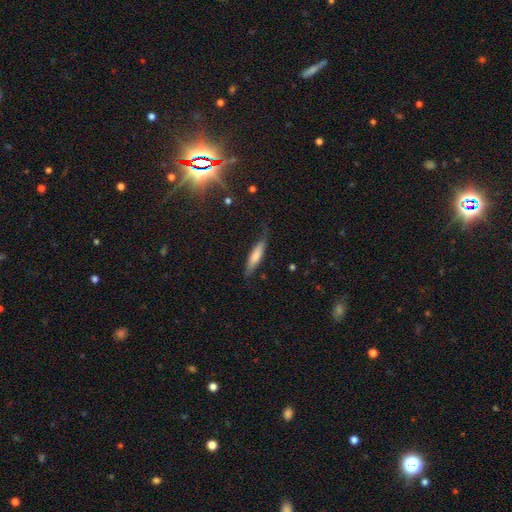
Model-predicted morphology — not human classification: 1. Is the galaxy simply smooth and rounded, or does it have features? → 67% smooth, 26% featured or disk, 6% star or artifact.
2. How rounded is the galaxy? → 77% cigar-shaped, 21% in between, 2% round.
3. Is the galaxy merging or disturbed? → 64% none, 26% minor disturbance, 8% major disturbance, 2% merger.